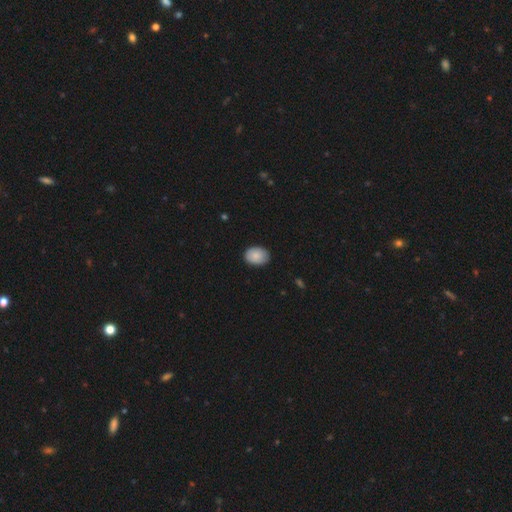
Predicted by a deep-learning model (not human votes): Smooth or featured? Predicted: smooth (p=0.85). How rounded? Predicted: in between (p=0.74). Merging? Predicted: none (p=0.85).